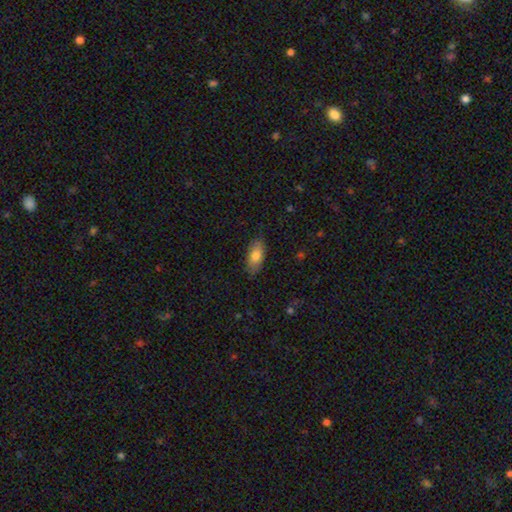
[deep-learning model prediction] Morphology: type=smooth (77%); roundness=in between (89%); merging=none (82%).